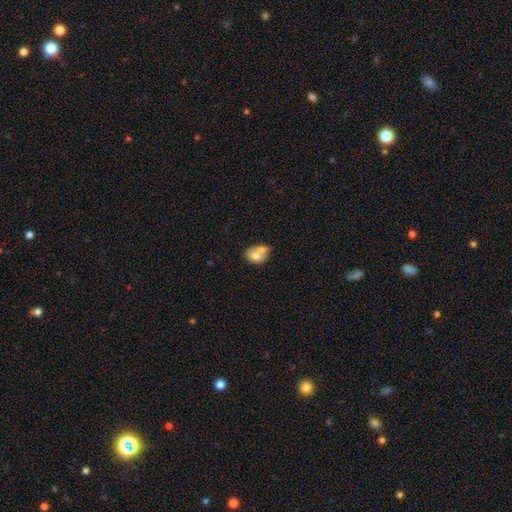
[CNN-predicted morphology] Smooth or featured: smooth — 69% (featured or disk — 23%)
How rounded: in between — 58% (round — 41%)
Merging: merger — 55% (none — 30%)